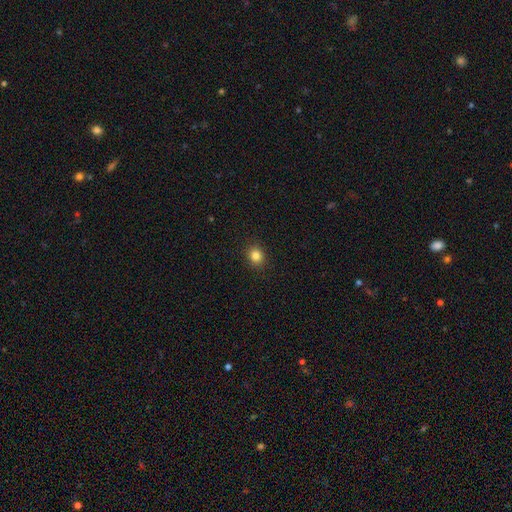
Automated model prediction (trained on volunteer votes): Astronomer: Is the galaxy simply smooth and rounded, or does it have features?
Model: smooth — 83%.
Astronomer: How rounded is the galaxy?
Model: round — 74%.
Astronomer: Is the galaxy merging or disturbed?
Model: none — 91%.